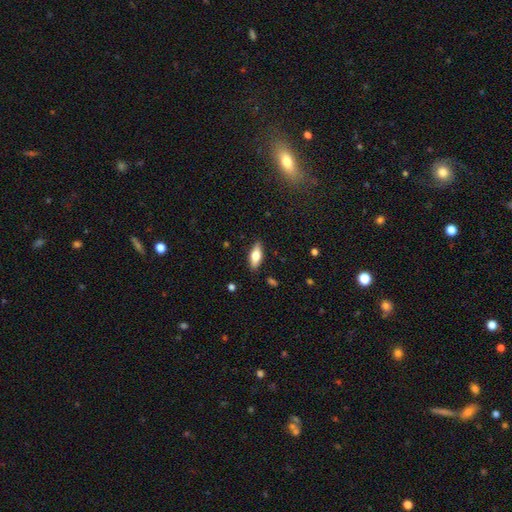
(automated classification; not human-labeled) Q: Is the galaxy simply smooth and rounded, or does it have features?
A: smooth — 64%.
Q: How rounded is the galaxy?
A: in between — 77%.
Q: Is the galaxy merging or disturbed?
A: none — 87%.